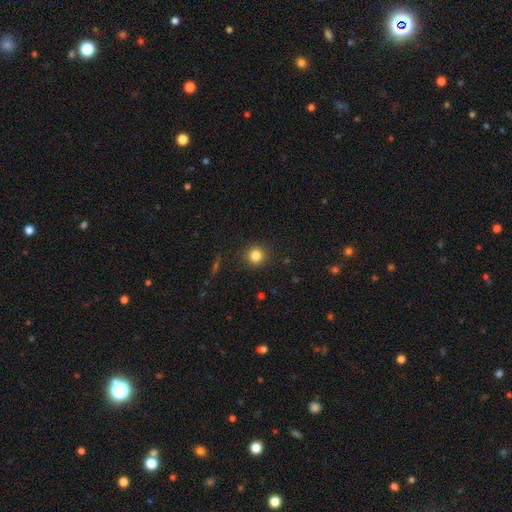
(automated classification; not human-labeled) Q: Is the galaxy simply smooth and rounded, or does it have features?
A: smooth — 83%.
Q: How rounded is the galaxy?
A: round — 93%.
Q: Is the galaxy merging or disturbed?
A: none — 90%.